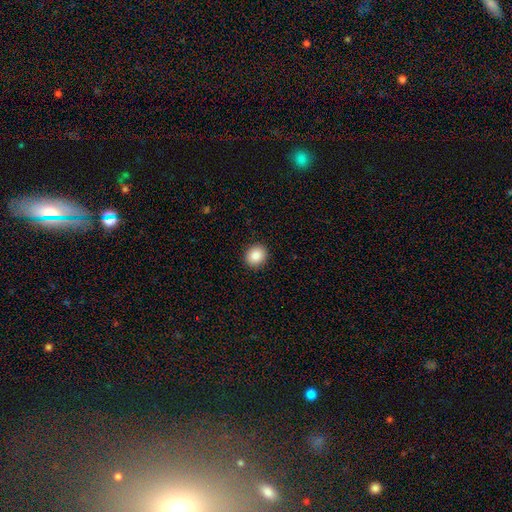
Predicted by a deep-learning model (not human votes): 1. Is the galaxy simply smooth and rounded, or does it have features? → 88% smooth, 8% star or artifact, 4% featured or disk.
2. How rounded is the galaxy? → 74% round, 25% in between, 1% cigar-shaped.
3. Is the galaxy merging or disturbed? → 91% none, 6% minor disturbance, 2% major disturbance, 1% merger.